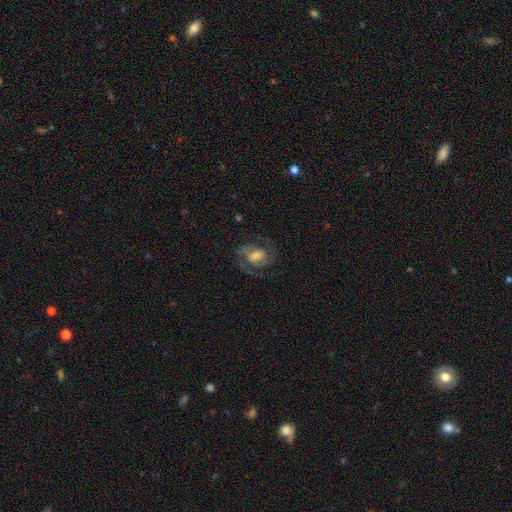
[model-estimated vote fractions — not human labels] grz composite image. It shows a featured or disk galaxy (78%) with a weak bar (48%), 2 (77%) medium (54%) spiral arms (95%) and a moderate central bulge (43%). Merging: none (72%).